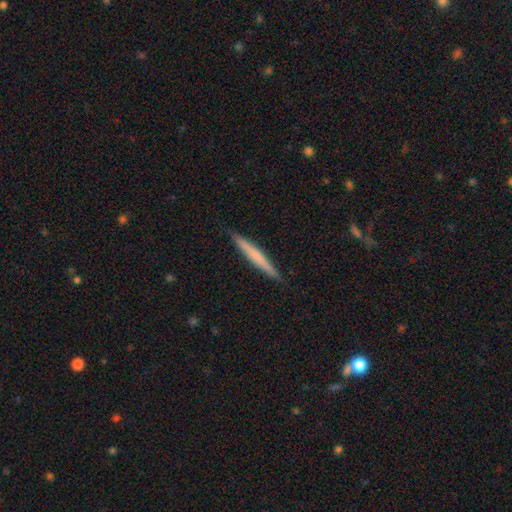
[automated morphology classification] Q: Smooth or featured?
A: smooth (57%); runner-up: featured or disk (38%)
Q: How rounded?
A: cigar-shaped (97%); runner-up: in between (2%)
Q: Merging?
A: none (91%); runner-up: minor disturbance (6%)